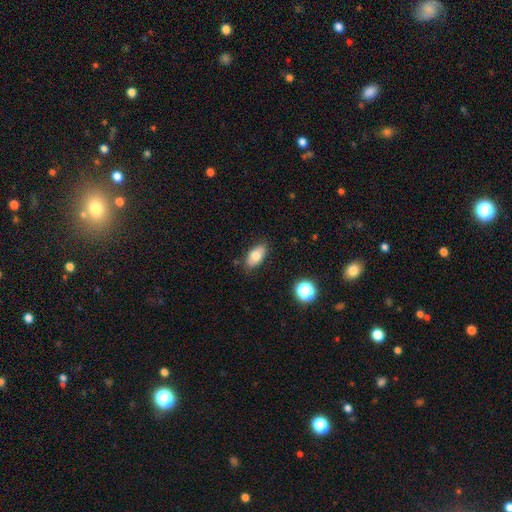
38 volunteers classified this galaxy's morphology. smooth-or-featured: smooth: 82% | featured or disk: 16% | star or artifact: 3%
  how-rounded: in between: 94% | round: 3% | cigar-shaped: 3%
  merging: none: 81% | minor disturbance: 14% | major disturbance: 3% | merger: 3%